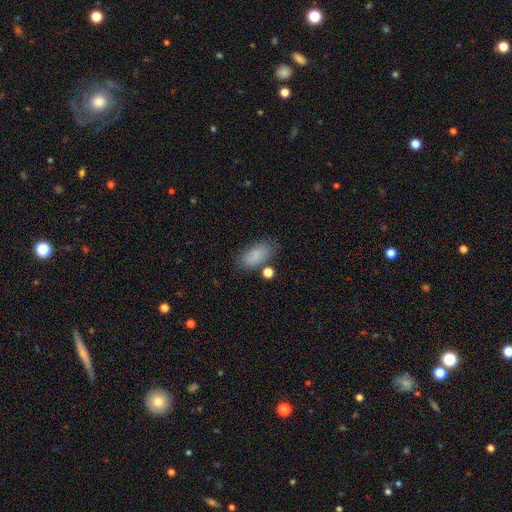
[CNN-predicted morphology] smooth 84%, star or artifact 9%, featured or disk 7%. Down the decision tree: how rounded — in between (91%); merging — none (73%).